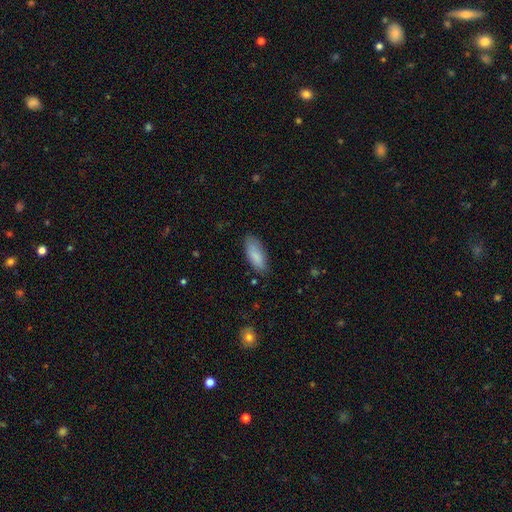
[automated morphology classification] This is clearly a smooth galaxy (86%). How rounded: likely in between (79%). Merging: clearly none (80%).